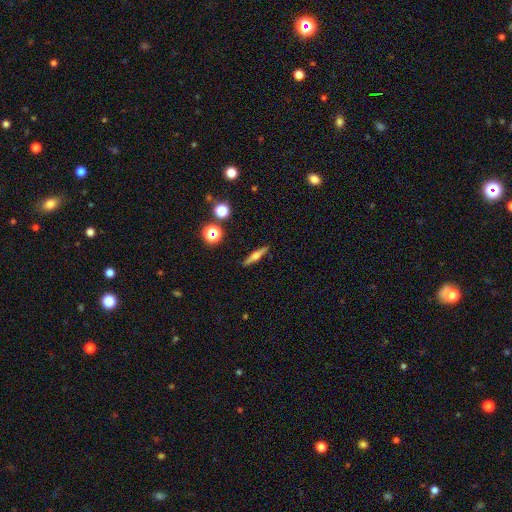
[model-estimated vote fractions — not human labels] A featured or disk galaxy (56%) viewed edge-on (96%) with a rounded central bulge (89%).

Vote fractions:
- Smooth or featured? featured or disk: 56% / smooth: 35% / star or artifact: 9%
- Edge-on disk? yes: 96% / no: 4%
- Edge-on bulge? rounded: 89% / none: 6% / boxy: 5%
- Merging? none: 90% / minor disturbance: 7% / major disturbance: 2% / merger: 1%